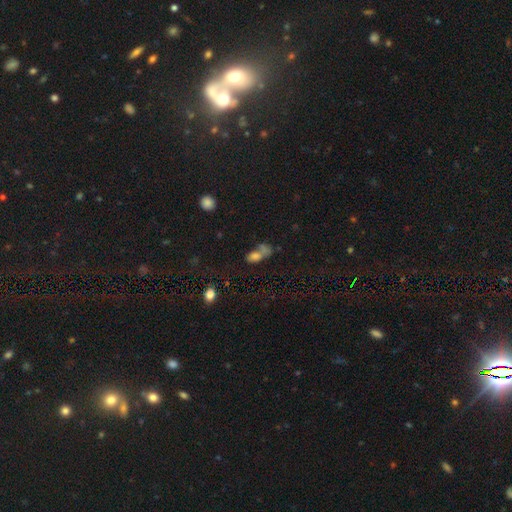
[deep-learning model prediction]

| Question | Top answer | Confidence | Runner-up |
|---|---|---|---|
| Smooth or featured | smooth | 63% | star or artifact (20%) |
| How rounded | in between | 74% | round (17%) |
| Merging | merger | 46% | none (28%) |